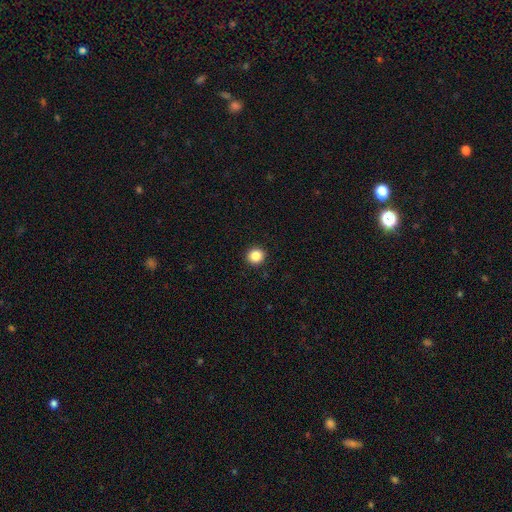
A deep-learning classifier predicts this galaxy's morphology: Smooth or featured? Predicted: smooth (p=0.87). How rounded? Predicted: round (p=0.91). Merging? Predicted: none (p=0.93).